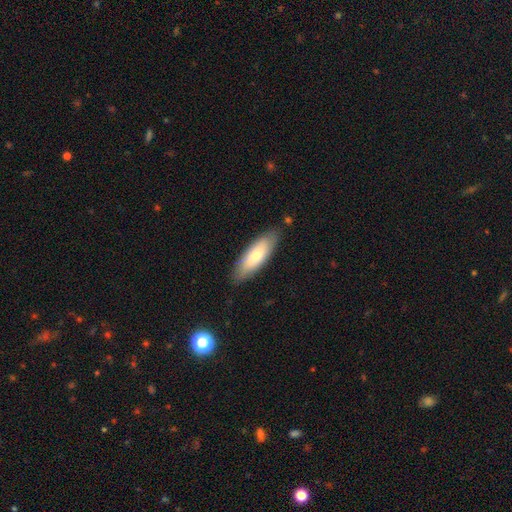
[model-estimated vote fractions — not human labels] Morphology: type=smooth (70%); roundness=in between (62%); merging=none (83%).